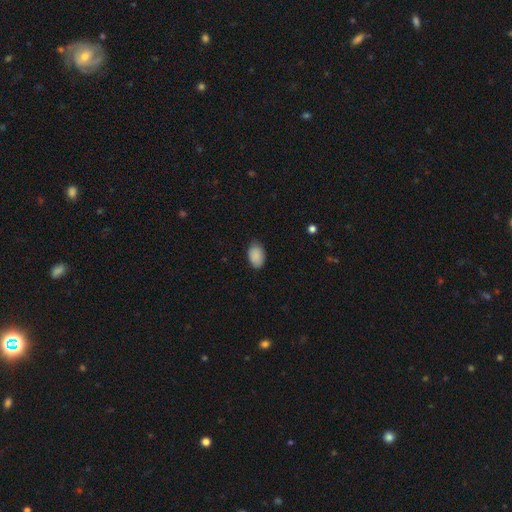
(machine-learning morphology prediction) This is clearly a smooth galaxy (90%). How rounded: clearly in between (90%). Merging: clearly none (82%).